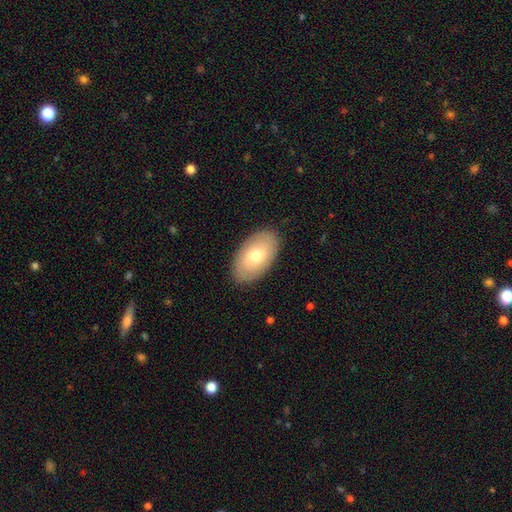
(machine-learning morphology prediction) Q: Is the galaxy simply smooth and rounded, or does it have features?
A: smooth — 69%.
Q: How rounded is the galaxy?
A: in between — 94%.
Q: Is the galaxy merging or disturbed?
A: none — 88%.